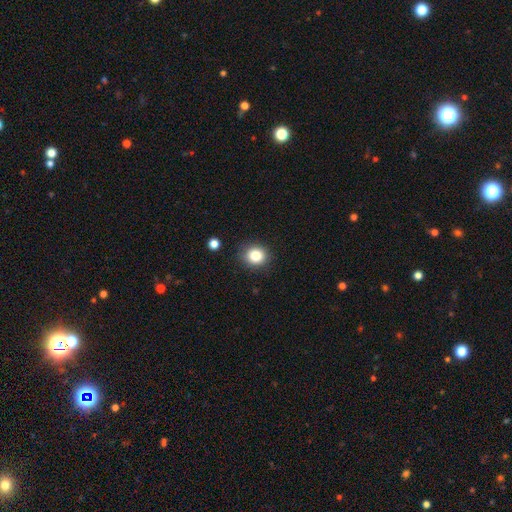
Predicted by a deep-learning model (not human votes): Smooth or featured? Predicted: smooth (p=0.83). How rounded? Predicted: round (p=0.82). Merging? Predicted: none (p=0.87).